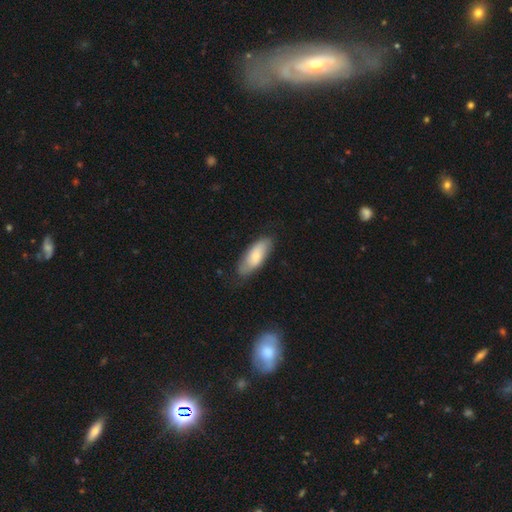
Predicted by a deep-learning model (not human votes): A smooth galaxy with no disk features (74%) that is in between round and cigar-shaped (77%).

Vote fractions:
- Smooth or featured? smooth: 74% / featured or disk: 21% / star or artifact: 5%
- How rounded? in between: 77% / cigar-shaped: 22% / round: 2%
- Merging? none: 74% / minor disturbance: 21% / major disturbance: 4% / merger: 1%